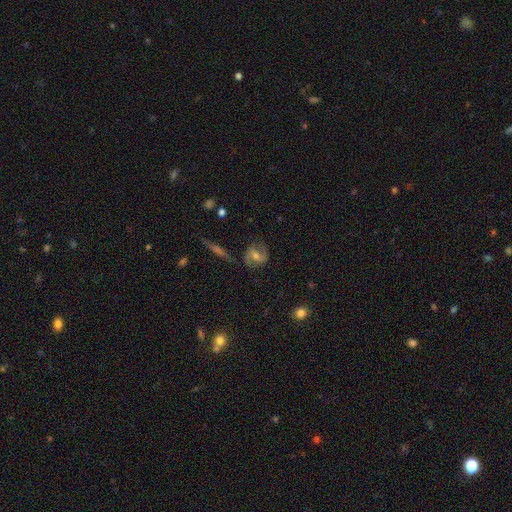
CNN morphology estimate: Smooth or featured: featured or disk — 67% (smooth — 23%)
Edge-on disk: no — 93% (yes — 7%)
Bar: weak — 45% (strong — 28%)
Spiral arms: yes — 86% (no — 14%)
Spiral winding: medium — 48% (tight — 29%)
Spiral arm count: 2 — 85% (can't tell — 8%)
Bulge size: moderate — 59% (small — 31%)
Merging: none — 78% (minor disturbance — 14%)